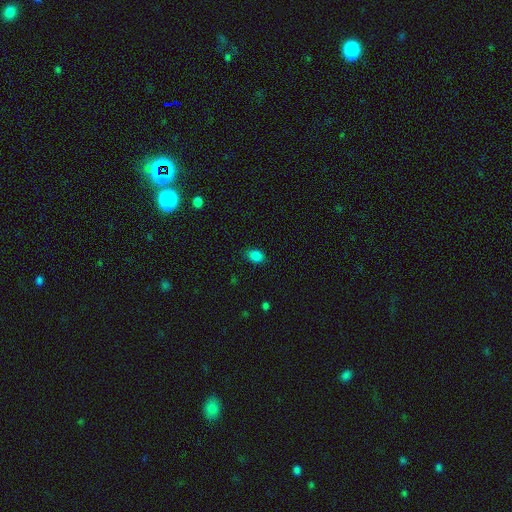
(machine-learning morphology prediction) A smooth galaxy with no disk features (84%) that is in between round and cigar-shaped (76%). Merging: none (82%).